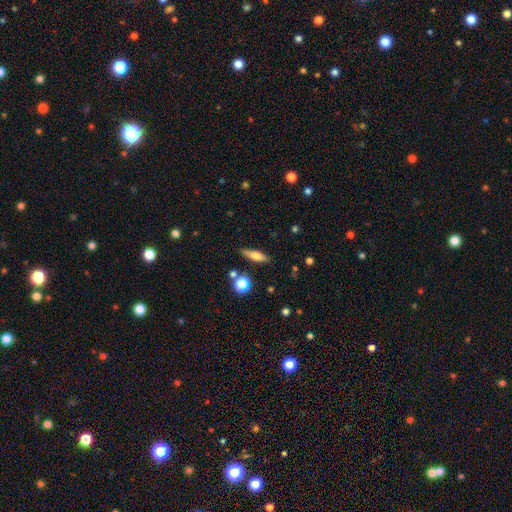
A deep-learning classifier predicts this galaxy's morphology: This is possibly a smooth galaxy (60%). How rounded: possibly cigar-shaped (57%). Merging: clearly none (83%).